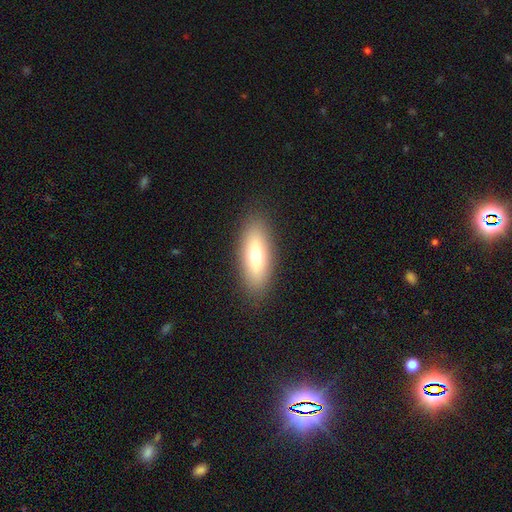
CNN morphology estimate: This is likely a smooth galaxy (67%). How rounded: likely in between (68%). Merging: clearly none (88%).